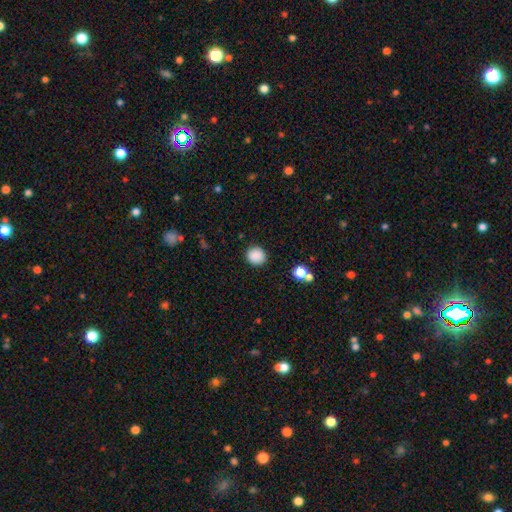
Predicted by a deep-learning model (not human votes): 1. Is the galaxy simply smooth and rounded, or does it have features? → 87% smooth, 10% star or artifact, 3% featured or disk.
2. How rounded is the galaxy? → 88% round, 11% in between, 1% cigar-shaped.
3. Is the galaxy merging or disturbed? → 89% none, 7% minor disturbance, 2% major disturbance, 2% merger.